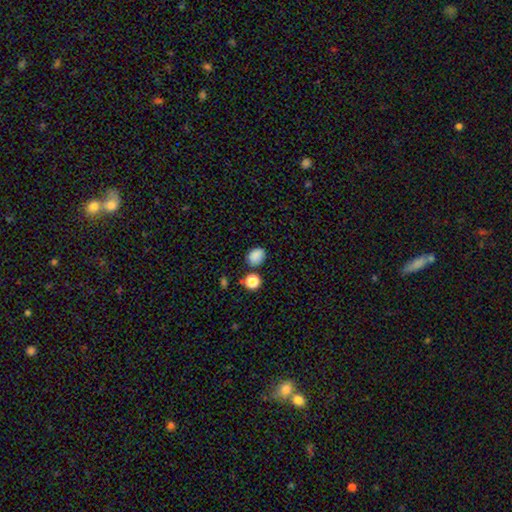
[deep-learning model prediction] A smooth galaxy with no disk features (86%) that is in between round and cigar-shaped (63%). Merging: none (78%).